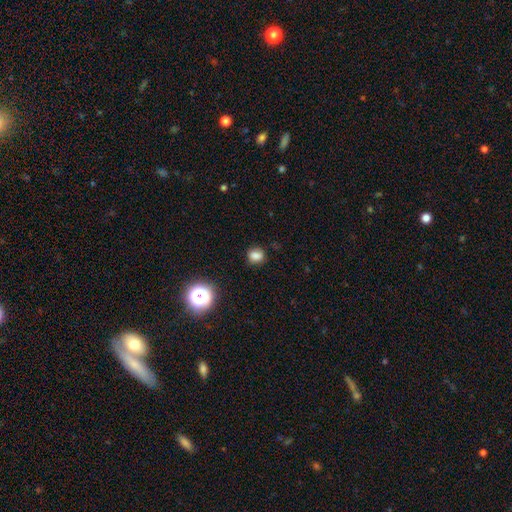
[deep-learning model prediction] A smooth galaxy with no disk features (77%) that is round (59%). Merging: none (78%).